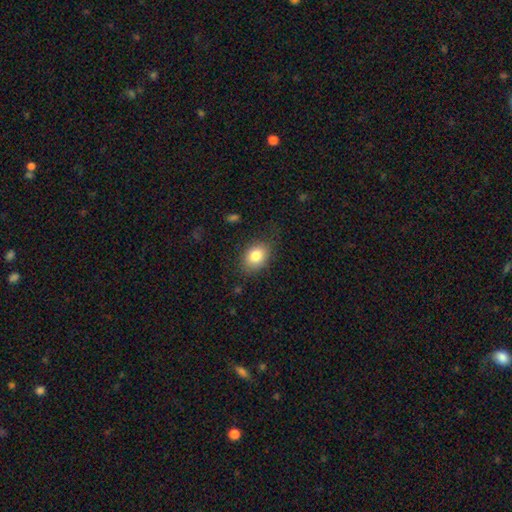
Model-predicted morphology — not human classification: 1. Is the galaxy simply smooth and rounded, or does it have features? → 82% smooth, 10% featured or disk, 9% star or artifact.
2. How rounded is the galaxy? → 70% in between, 29% round, 1% cigar-shaped.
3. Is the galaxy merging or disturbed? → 78% none, 17% minor disturbance, 5% major disturbance, 1% merger.